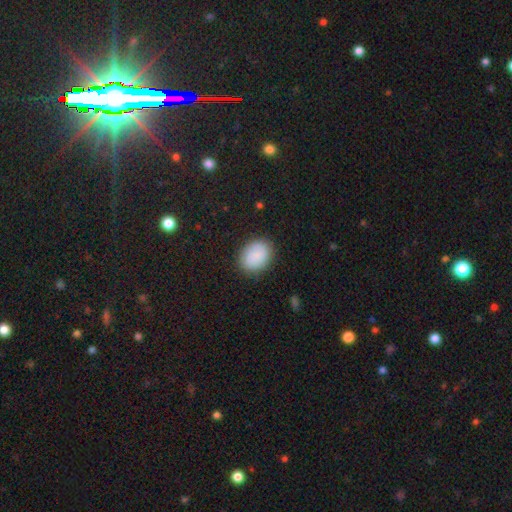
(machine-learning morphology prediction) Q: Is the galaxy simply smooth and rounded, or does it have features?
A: smooth — 87%.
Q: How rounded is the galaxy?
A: in between — 64%.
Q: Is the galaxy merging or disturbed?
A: none — 86%.